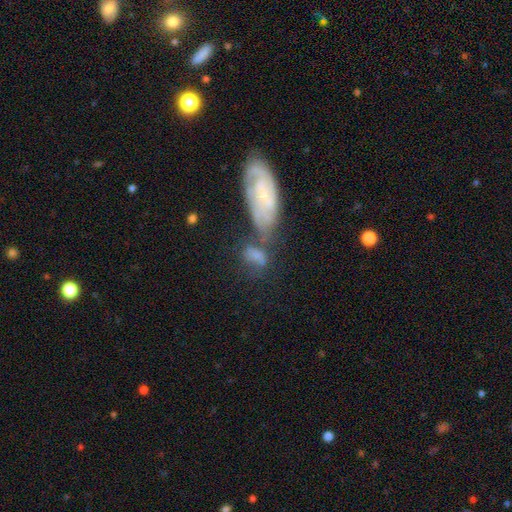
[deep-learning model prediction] A smooth galaxy with no disk features (50%). Merging: merger (34%).